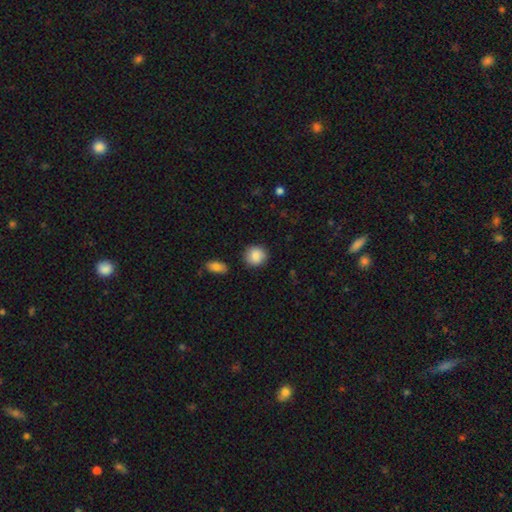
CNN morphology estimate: A smooth galaxy with no disk features (87%) that is round (86%).

Vote fractions:
- Smooth or featured? smooth: 87% / star or artifact: 7% / featured or disk: 6%
- How rounded? round: 86% / in between: 13% / cigar-shaped: 1%
- Merging? none: 87% / minor disturbance: 8% / major disturbance: 2% / merger: 2%